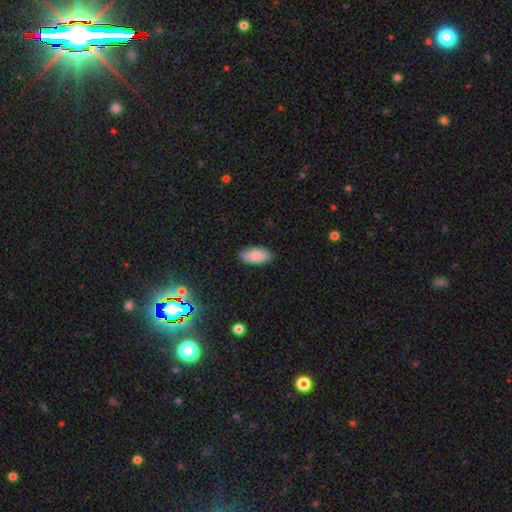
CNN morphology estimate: type=smooth (84%); roundness=in between (93%); merging=none (86%).